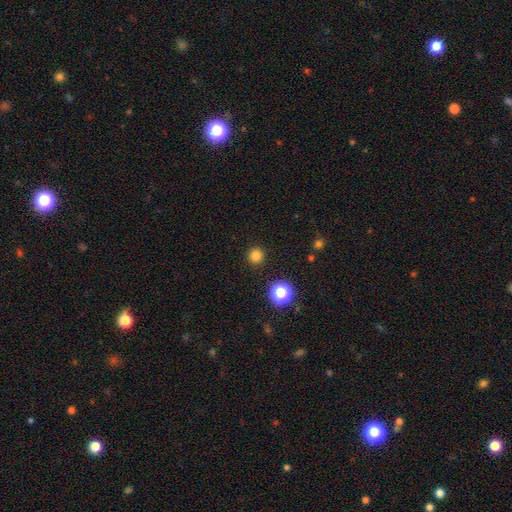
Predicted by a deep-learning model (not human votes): Smooth or featured? Predicted: smooth (p=0.80). How rounded? Predicted: round (p=0.95). Merging? Predicted: none (p=0.92).